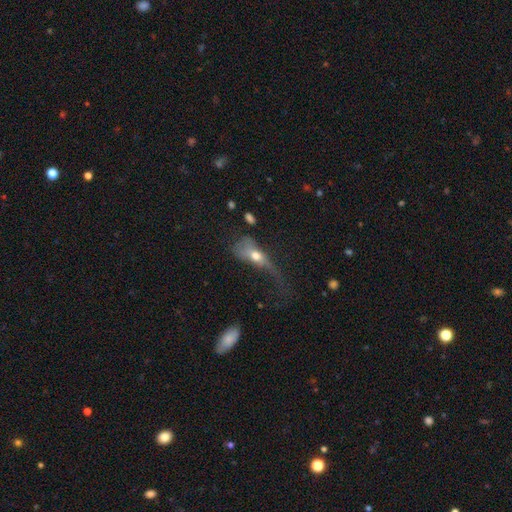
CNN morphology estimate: Smooth or featured? smooth (59%)
How rounded? in between (69%)
Merging? major disturbance (62%)